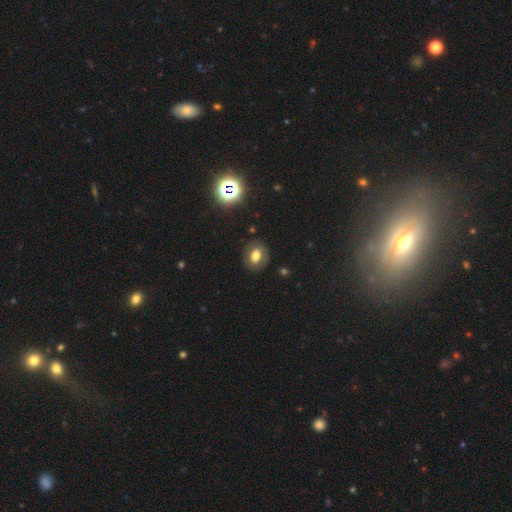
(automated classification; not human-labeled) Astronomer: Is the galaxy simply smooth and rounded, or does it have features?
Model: smooth — 63%.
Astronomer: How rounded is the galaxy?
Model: in between — 54% (runner-up: round, 45%).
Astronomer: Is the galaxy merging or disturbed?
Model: none — 84%.